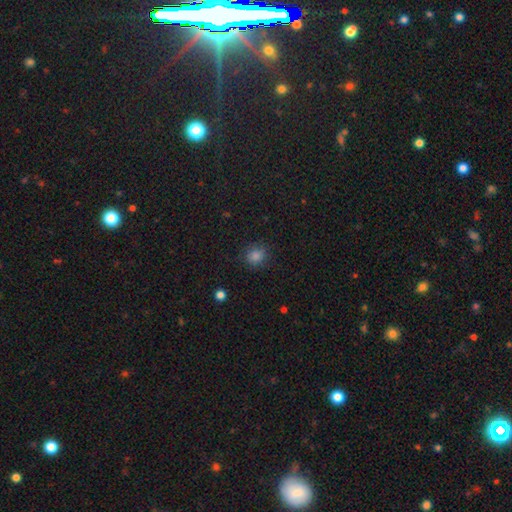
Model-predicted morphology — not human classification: Q: Smooth or featured?
A: smooth (82%); runner-up: star or artifact (13%)
Q: How rounded?
A: round (78%); runner-up: in between (21%)
Q: Merging?
A: none (82%); runner-up: minor disturbance (13%)